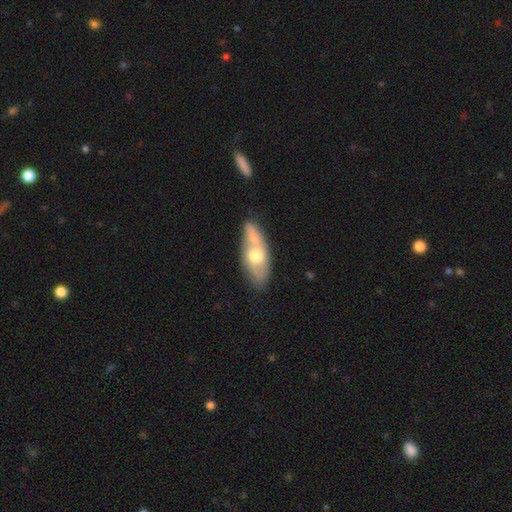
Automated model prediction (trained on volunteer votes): The model was most divided on "smooth or featured": featured or disk: 54%, smooth: 38%, star or artifact: 8%. More confident: edge-on disk — no (74%); merging — none (56%).